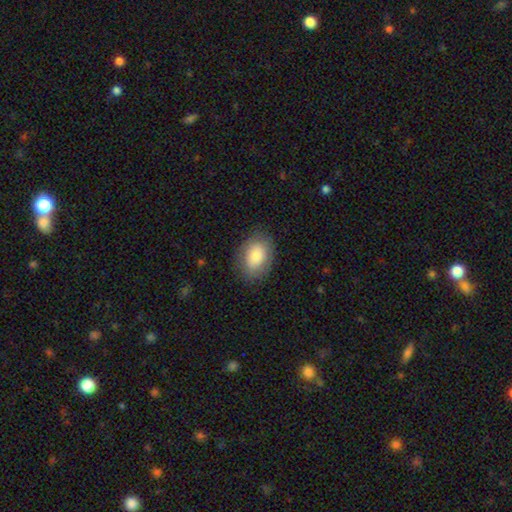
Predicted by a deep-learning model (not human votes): A smooth galaxy with no disk features (83%) that is in between round and cigar-shaped (77%). Merging: none (83%).